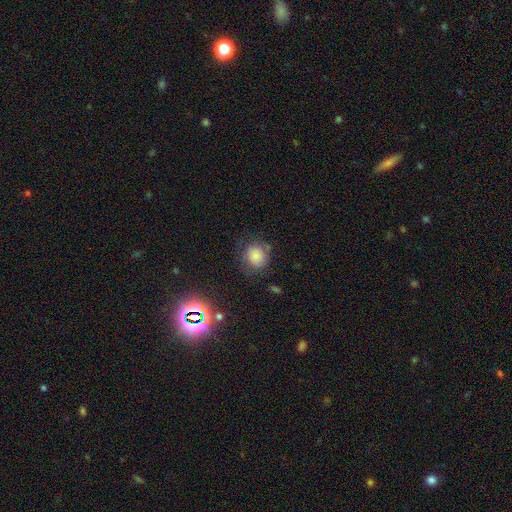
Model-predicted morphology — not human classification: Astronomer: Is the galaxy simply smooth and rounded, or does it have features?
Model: smooth — 76%.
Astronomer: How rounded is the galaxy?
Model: round — 76%.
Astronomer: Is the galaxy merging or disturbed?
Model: none — 66%.